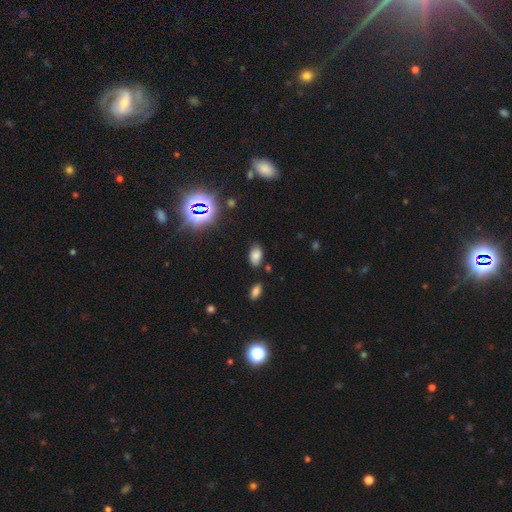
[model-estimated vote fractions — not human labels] Smooth or featured: smooth — 75% (star or artifact — 17%)
How rounded: in between — 91% (round — 7%)
Merging: none — 79% (minor disturbance — 14%)